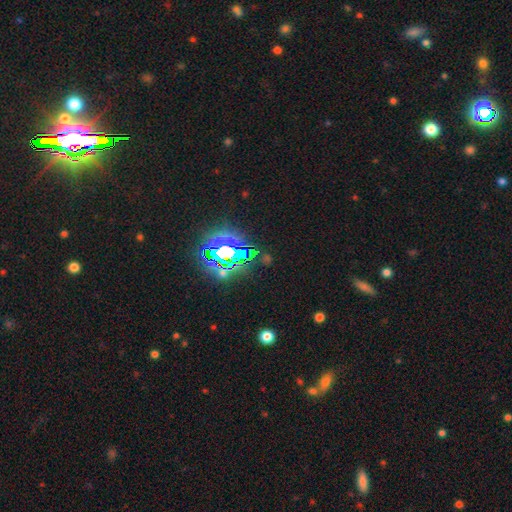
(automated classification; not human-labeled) smooth-or-featured: star or artifact: 81% | smooth: 11% | featured or disk: 8%